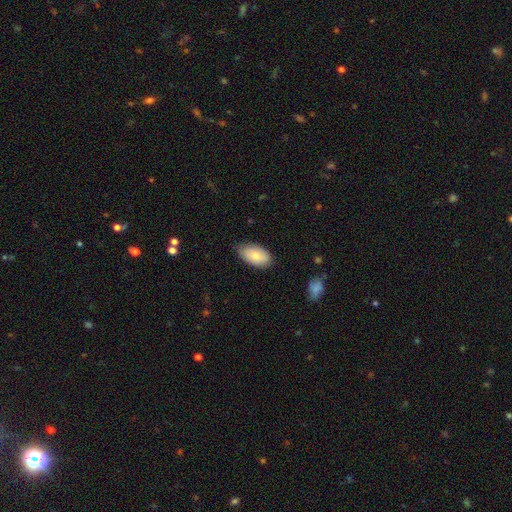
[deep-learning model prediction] Morphology: type=smooth (78%); roundness=in between (94%); merging=none (74%).